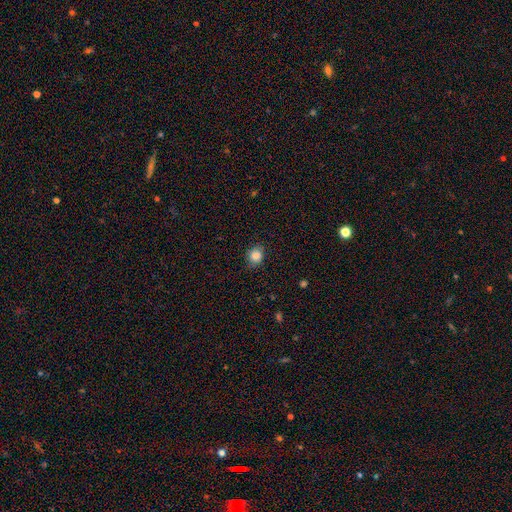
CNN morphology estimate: This is clearly a smooth galaxy (85%). How rounded: likely round (66%). Merging: clearly none (80%).